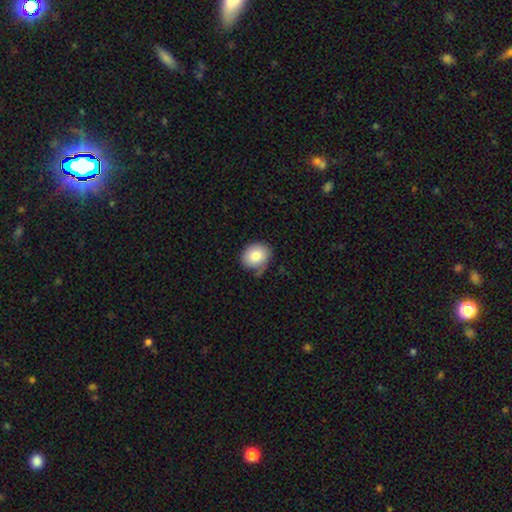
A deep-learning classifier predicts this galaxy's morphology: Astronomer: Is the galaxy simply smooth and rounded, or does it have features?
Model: smooth — 80%.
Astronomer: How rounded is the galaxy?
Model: round — 64%.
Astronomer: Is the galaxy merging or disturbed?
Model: none — 65%.